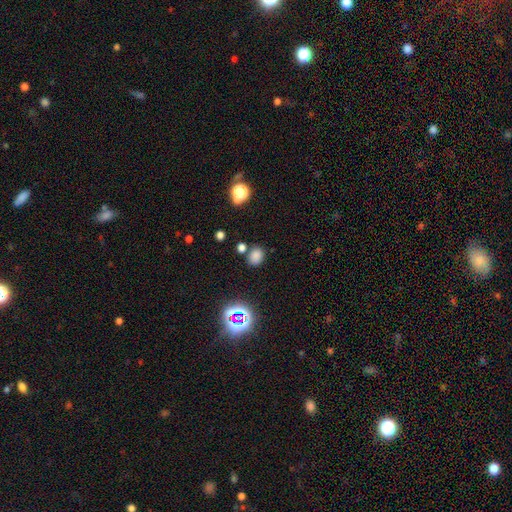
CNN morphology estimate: Q: Smooth or featured?
A: smooth (74%); runner-up: star or artifact (20%)
Q: How rounded?
A: in between (51%); runner-up: round (48%)
Q: Merging?
A: none (75%); runner-up: minor disturbance (12%)